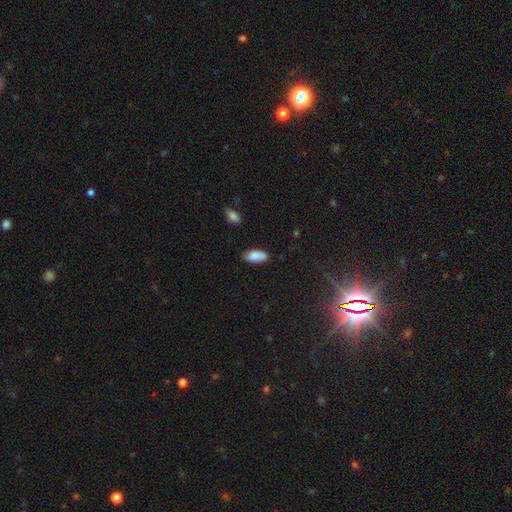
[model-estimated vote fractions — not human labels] Morphology: type=smooth (85%); roundness=in between (91%); merging=none (75%).